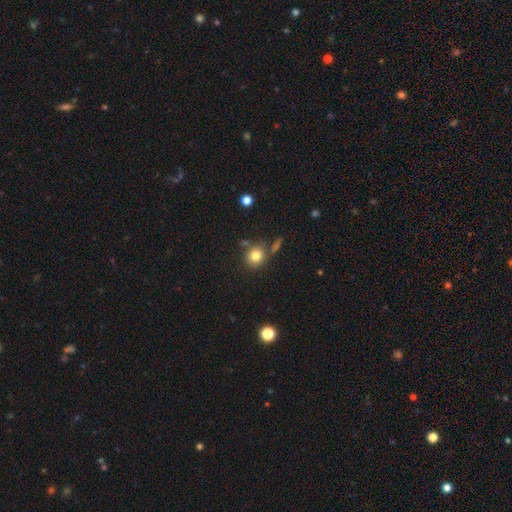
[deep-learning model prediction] This appears to be a smooth galaxy with no disk features (81%) that is round (84%). Merging: none (73%).